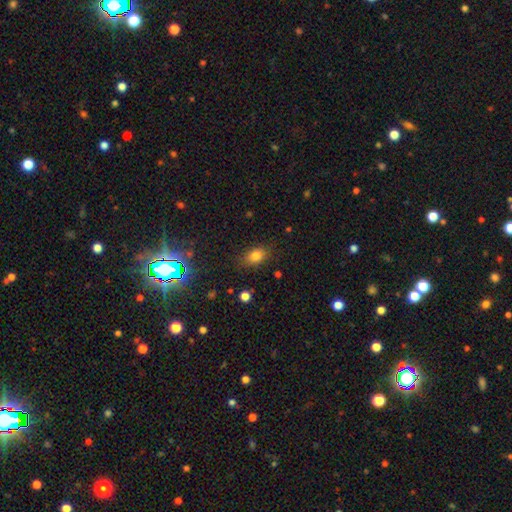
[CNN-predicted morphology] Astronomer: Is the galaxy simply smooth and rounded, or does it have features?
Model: smooth — 80%.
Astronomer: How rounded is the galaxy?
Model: in between — 80%.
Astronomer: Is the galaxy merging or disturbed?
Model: none — 81%.